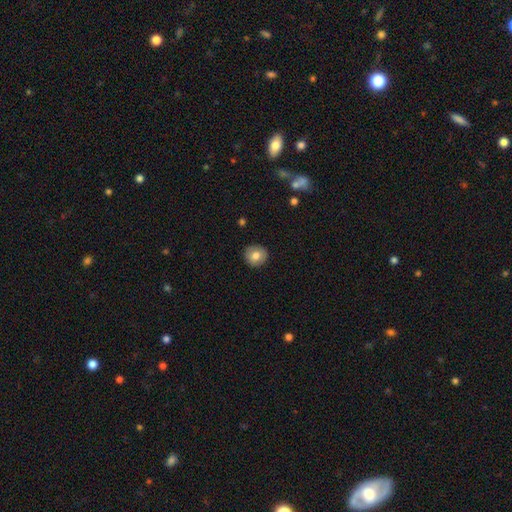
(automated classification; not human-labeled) A smooth galaxy with no disk features (77%) that is round (92%).

Vote fractions:
- Smooth or featured? smooth: 77% / featured or disk: 15% / star or artifact: 8%
- How rounded? round: 92% / in between: 7% / cigar-shaped: 1%
- Merging? none: 90% / minor disturbance: 7% / major disturbance: 2% / merger: 1%